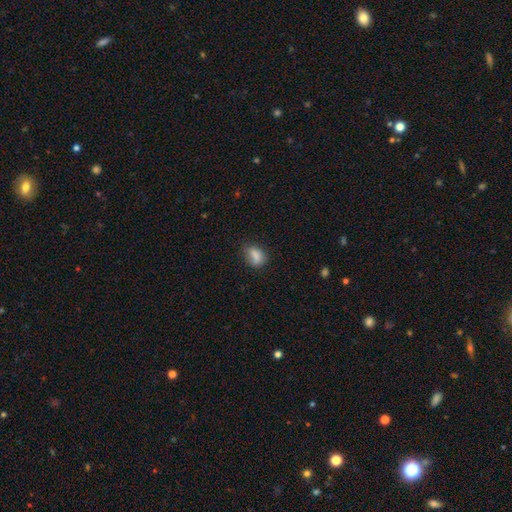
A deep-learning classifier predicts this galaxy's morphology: smooth-or-featured: smooth: 81% | featured or disk: 10% | star or artifact: 9%
  how-rounded: in between: 74% | round: 22% | cigar-shaped: 4%
  merging: none: 58% | minor disturbance: 30% | major disturbance: 9% | merger: 4%